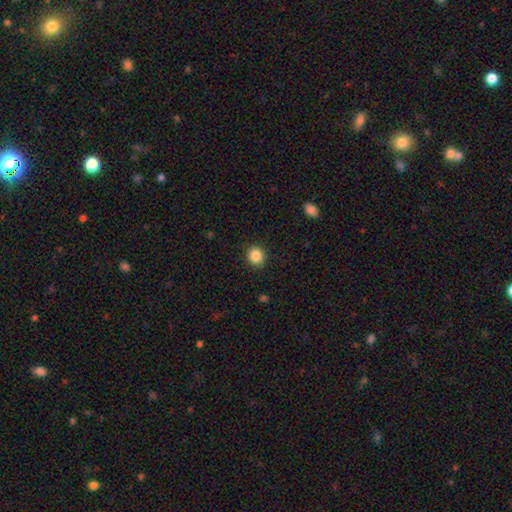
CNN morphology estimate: This appears to be a smooth galaxy with no disk features (86%) that is round (83%). Merging: none (90%).